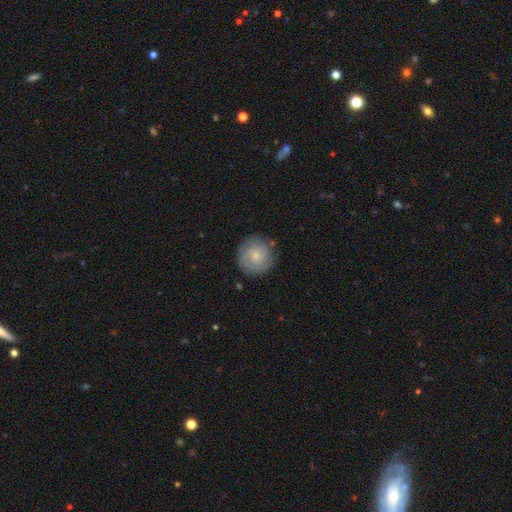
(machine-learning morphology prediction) smooth_or_featured: smooth (p=0.47) [alt: featured or disk p=0.46]
merging: none (p=0.81) [alt: minor disturbance p=0.13]